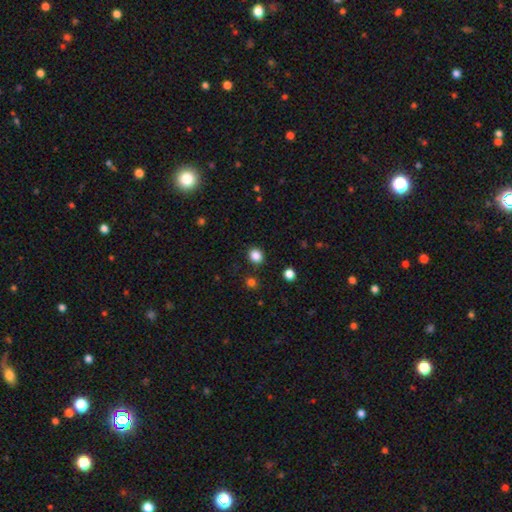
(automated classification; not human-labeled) Morphology: type=smooth (85%); roundness=round (76%); merging=none (89%).